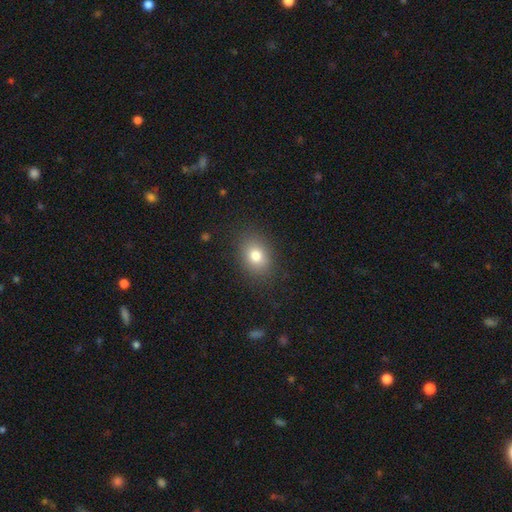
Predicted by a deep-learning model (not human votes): smooth_or_featured: smooth (p=0.79) [alt: star or artifact p=0.11]
how_rounded: in between (p=0.65) [alt: round p=0.34]
merging: none (p=0.85) [alt: minor disturbance p=0.10]